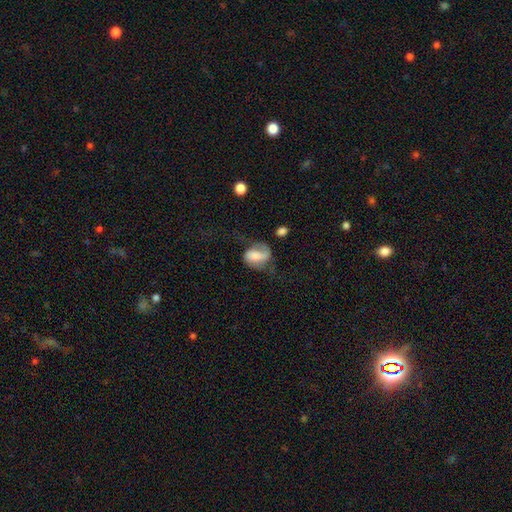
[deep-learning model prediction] smooth-or-featured: featured or disk: 48% | smooth: 44% | star or artifact: 8%
  merging: major disturbance: 40% | none: 33% | minor disturbance: 24% | merger: 4%